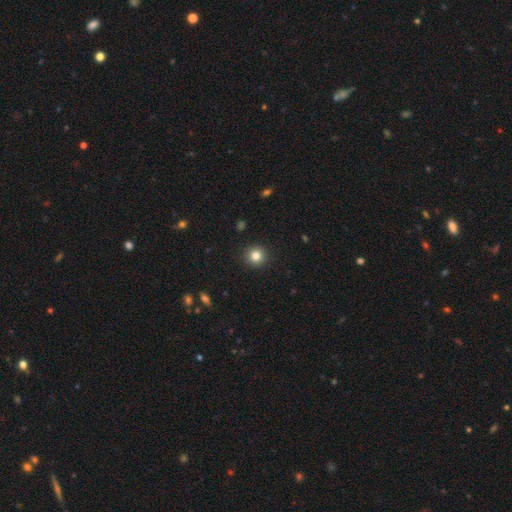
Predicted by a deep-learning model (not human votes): Smooth or featured? smooth (83%)
How rounded? round (94%)
Merging? none (92%)